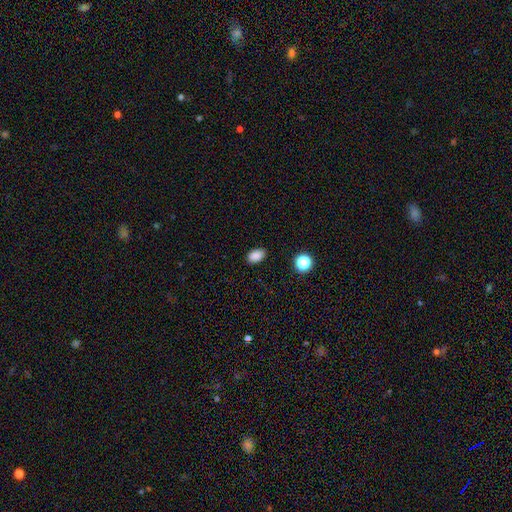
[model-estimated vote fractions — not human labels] A smooth galaxy with no disk features (86%) that is in between round and cigar-shaped (83%). Merging: none (87%).